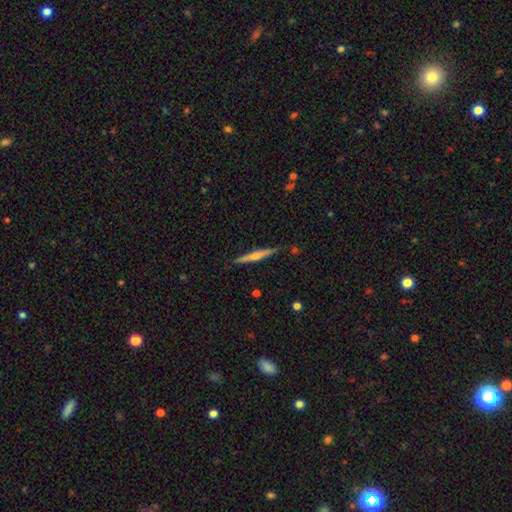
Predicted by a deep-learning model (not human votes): smooth-or-featured: featured or disk: 68% | smooth: 26% | star or artifact: 6%
  disk-edge-on: yes: 98% | no: 2%
    edge-on-bulge: rounded: 78% | none: 15% | boxy: 7%
  merging: none: 88% | minor disturbance: 9% | merger: 2% | major disturbance: 2%